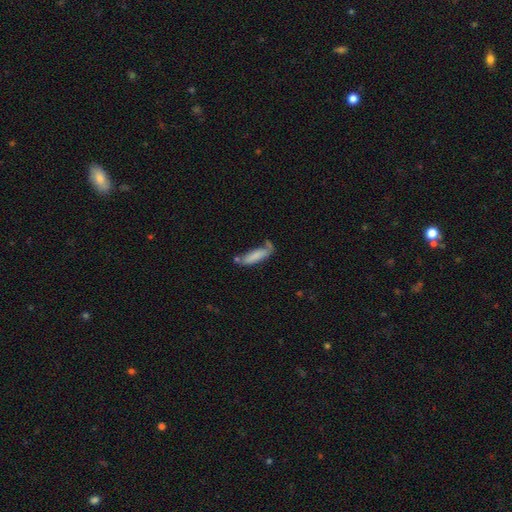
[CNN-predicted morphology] Overall: smooth (77%). How rounded: cigar-shaped (60%; in between 38%). Merging: none (48%; minor disturbance 25%).